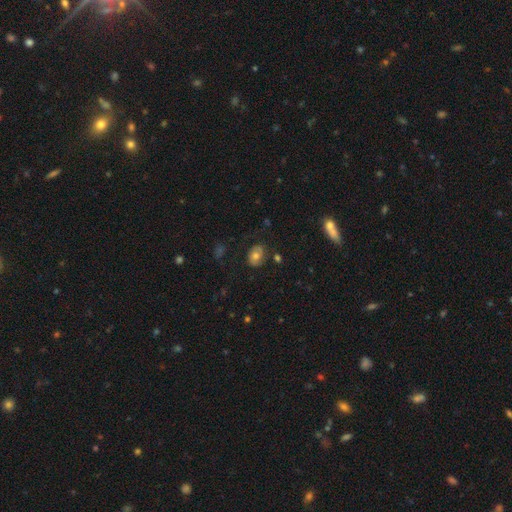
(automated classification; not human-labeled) A smooth galaxy with no disk features (68%) that is in between round and cigar-shaped (71%).

Vote fractions:
- Smooth or featured? smooth: 68% / featured or disk: 21% / star or artifact: 10%
- How rounded? in between: 71% / round: 28% / cigar-shaped: 1%
- Merging? none: 74% / minor disturbance: 18% / major disturbance: 6% / merger: 3%